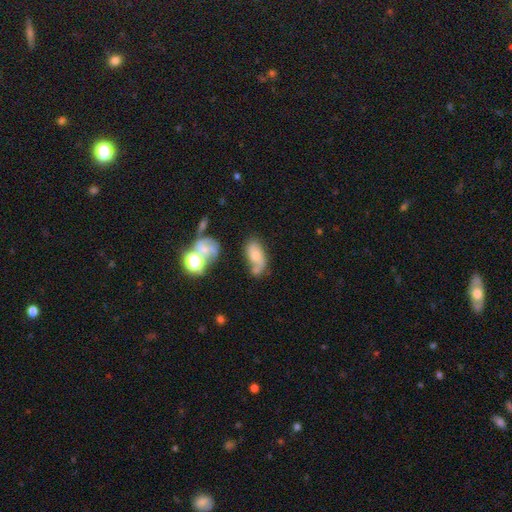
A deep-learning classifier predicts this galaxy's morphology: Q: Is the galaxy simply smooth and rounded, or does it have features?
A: smooth — 52%.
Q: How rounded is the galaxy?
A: in between — 88%.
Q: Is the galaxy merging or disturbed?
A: none — 40%.